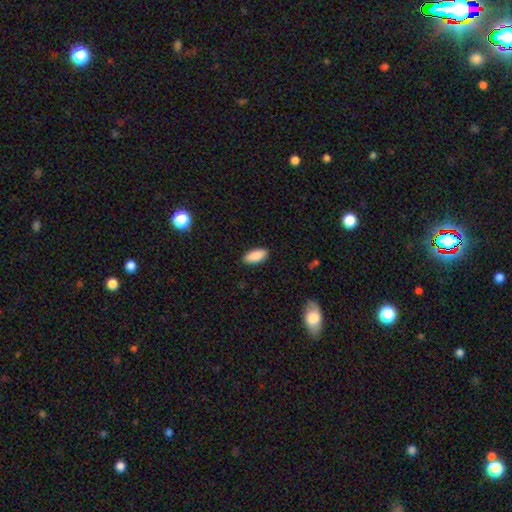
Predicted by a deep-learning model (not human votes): Smooth or featured? smooth (88%)
How rounded? in between (89%)
Merging? none (89%)